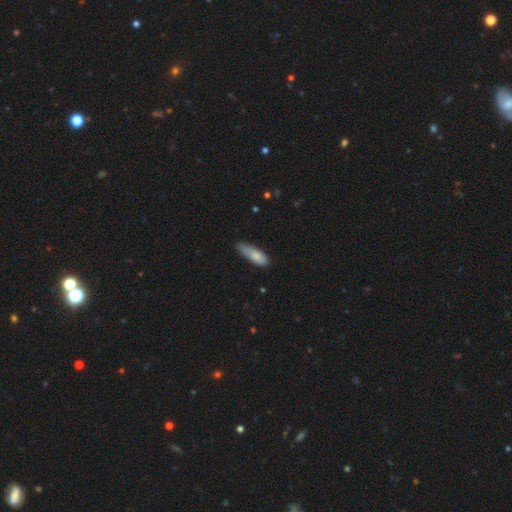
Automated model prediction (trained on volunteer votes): Smooth or featured?
  - smooth: 78% *
  - featured or disk: 16%
  - star or artifact: 6%
How rounded?
  - in between: 57% *
  - cigar-shaped: 41%
  - round: 2%
Merging?
  - minor disturbance: 44% *
  - none: 41%
  - major disturbance: 12%
  - merger: 3%